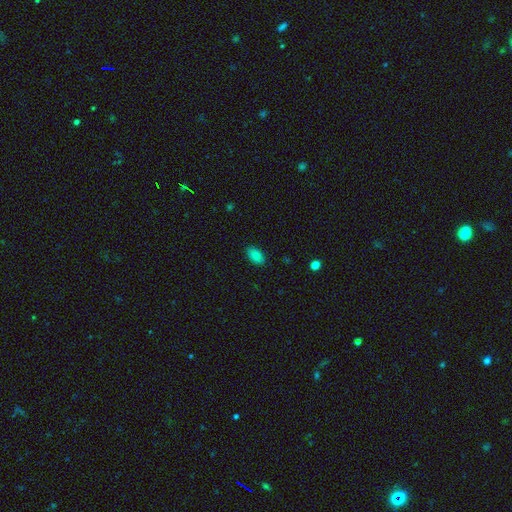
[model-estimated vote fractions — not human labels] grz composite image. It shows a smooth galaxy with no disk features (86%) that is in between round and cigar-shaped (93%). Merging: none (87%).